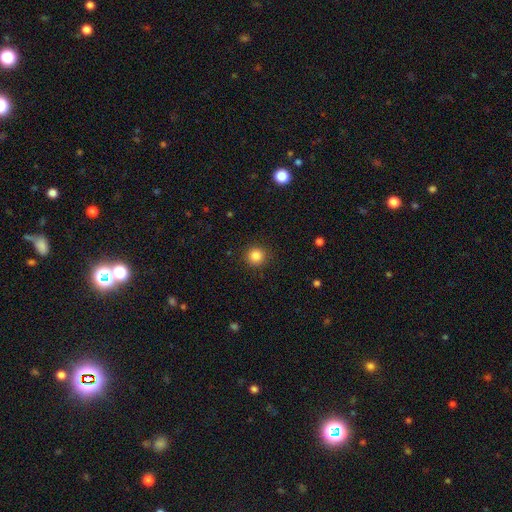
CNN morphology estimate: smooth-or-featured: smooth: 85% | star or artifact: 11% | featured or disk: 4%
  how-rounded: round: 93% | in between: 6% | cigar-shaped: 1%
  merging: none: 91% | minor disturbance: 6% | major disturbance: 2% | merger: 1%